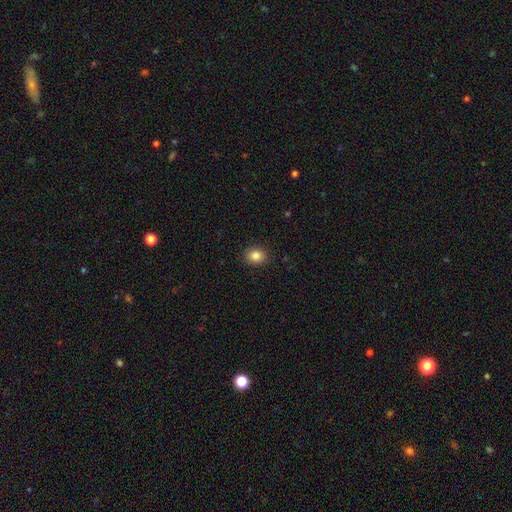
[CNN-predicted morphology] smooth-or-featured: smooth: 85% | star or artifact: 10% | featured or disk: 5%
  how-rounded: round: 58% | in between: 41% | cigar-shaped: 1%
  merging: none: 89% | minor disturbance: 8% | major disturbance: 2% | merger: 1%